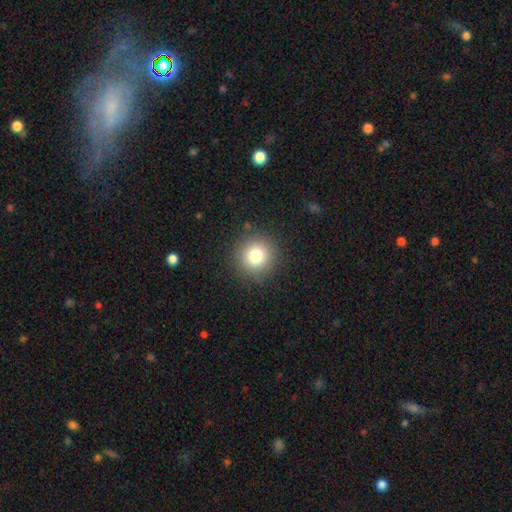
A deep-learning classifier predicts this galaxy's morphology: A smooth galaxy with no disk features (79%) that is round (94%).

Vote fractions:
- Smooth or featured? smooth: 79% / star or artifact: 12% / featured or disk: 9%
- How rounded? round: 94% / in between: 5% / cigar-shaped: 1%
- Merging? none: 89% / minor disturbance: 7% / major disturbance: 3% / merger: 1%